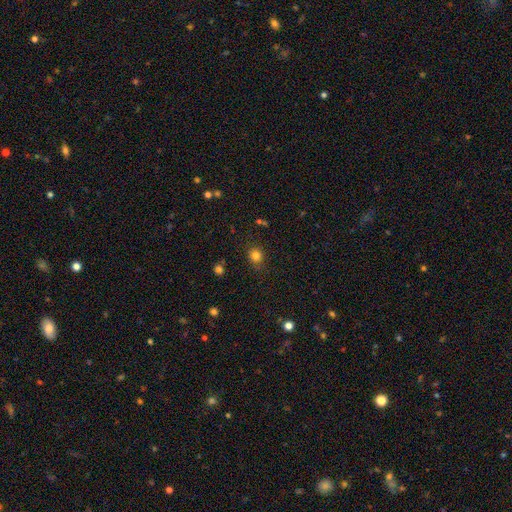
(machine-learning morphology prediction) A smooth galaxy with no disk features (81%) that is round (74%).

Vote fractions:
- Smooth or featured? smooth: 81% / star or artifact: 14% / featured or disk: 5%
- How rounded? round: 74% / in between: 25% / cigar-shaped: 1%
- Merging? none: 81% / minor disturbance: 13% / major disturbance: 4% / merger: 2%